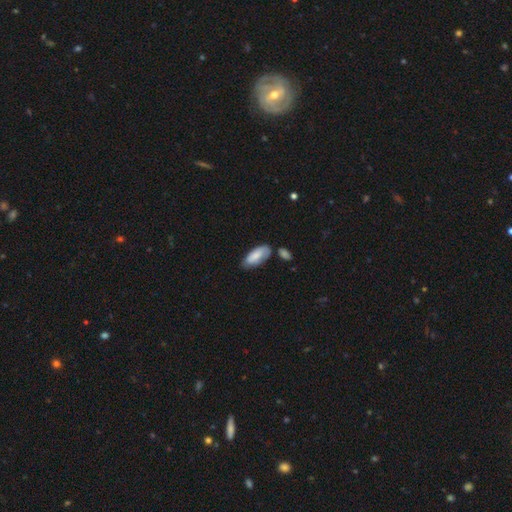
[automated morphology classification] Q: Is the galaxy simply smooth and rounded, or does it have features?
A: smooth — 78%.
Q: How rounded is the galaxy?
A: in between — 83%.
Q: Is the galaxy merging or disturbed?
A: none — 58%.